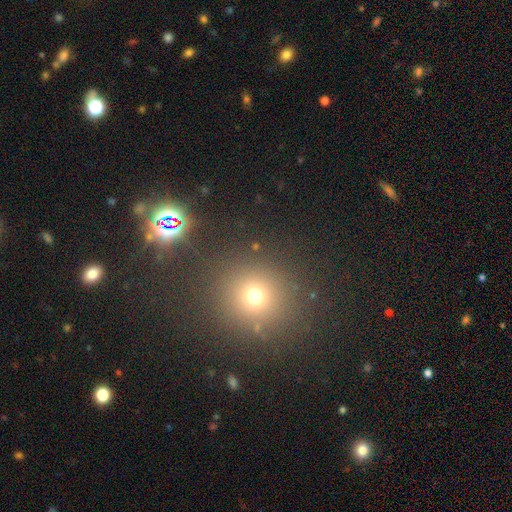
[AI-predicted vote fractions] Overall: smooth (54%; star or artifact 38%). How rounded: round (90%). Merging: none (88%).